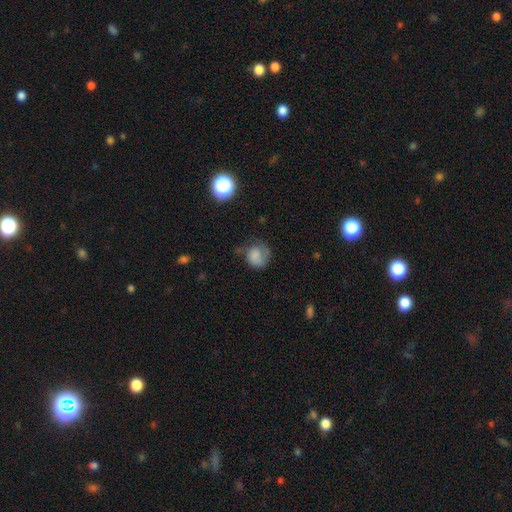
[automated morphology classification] smooth 70%, featured or disk 20%, star or artifact 10%. Down the decision tree: how rounded — round (73%); merging — none (44%).